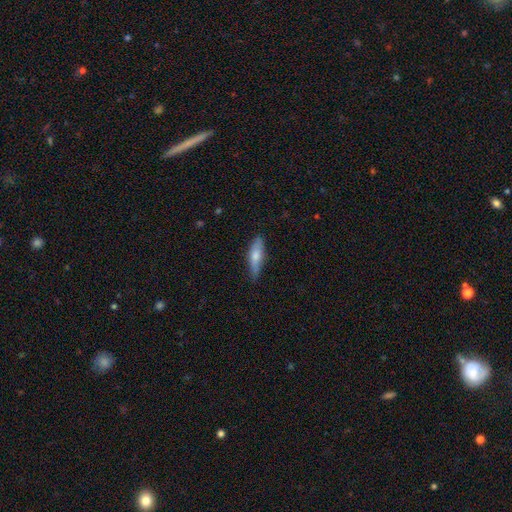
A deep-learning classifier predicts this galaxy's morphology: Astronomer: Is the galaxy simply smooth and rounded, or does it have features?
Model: smooth — 69%.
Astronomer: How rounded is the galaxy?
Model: cigar-shaped — 58% (runner-up: in between, 40%).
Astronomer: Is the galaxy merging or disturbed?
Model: none — 75%.